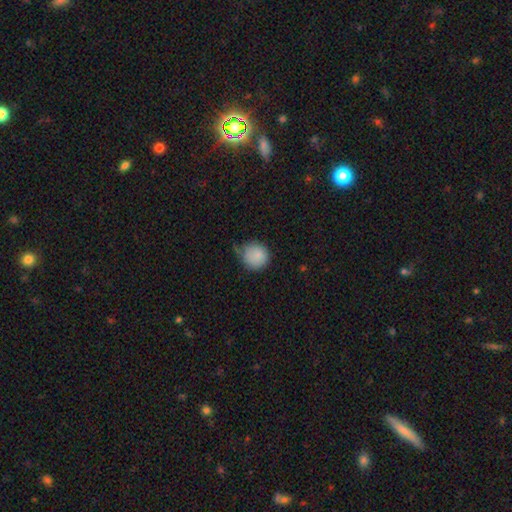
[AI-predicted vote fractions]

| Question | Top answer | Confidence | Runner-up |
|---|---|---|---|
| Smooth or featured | smooth | 86% | star or artifact (8%) |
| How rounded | round | 91% | in between (8%) |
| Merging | none | 49% | minor disturbance (37%) |